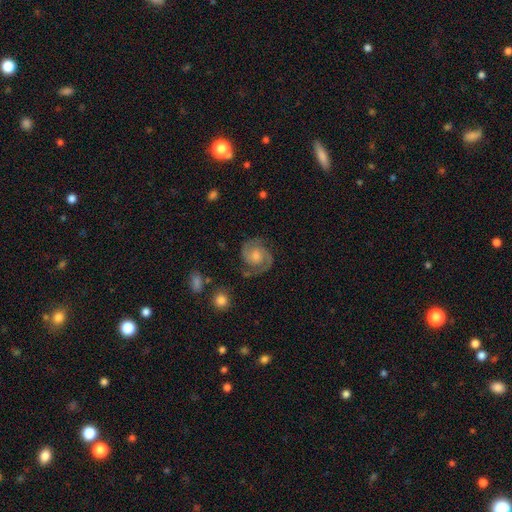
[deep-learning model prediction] This is clearly a featured or disk galaxy (87%). It is clearly not viewed edge-on (98%). Bar: possibly no (60%). Spiral arm pattern: clearly yes (98%). Spiral arm count: clearly 2 (92%). Spiral winding: possibly medium (52%). Central bulge: possibly moderate (52%). Merging: likely none (77%).